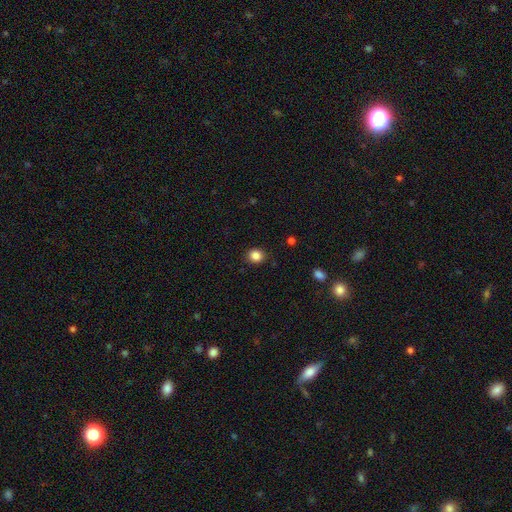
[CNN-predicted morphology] Smooth or featured? Predicted: smooth (p=0.85). How rounded? Predicted: round (p=0.76). Merging? Predicted: none (p=0.89).